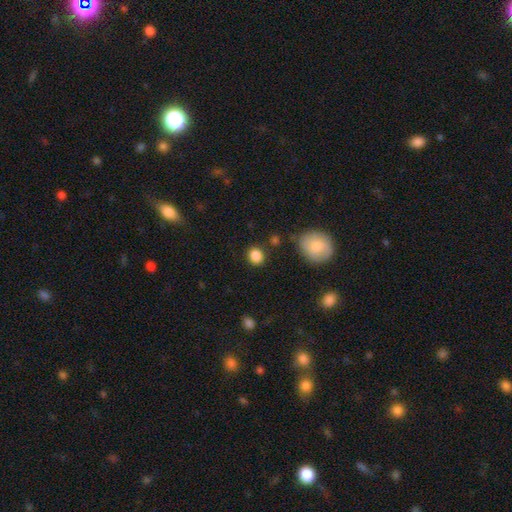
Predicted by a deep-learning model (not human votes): Smooth or featured? smooth (86%)
How rounded? round (73%)
Merging? none (85%)